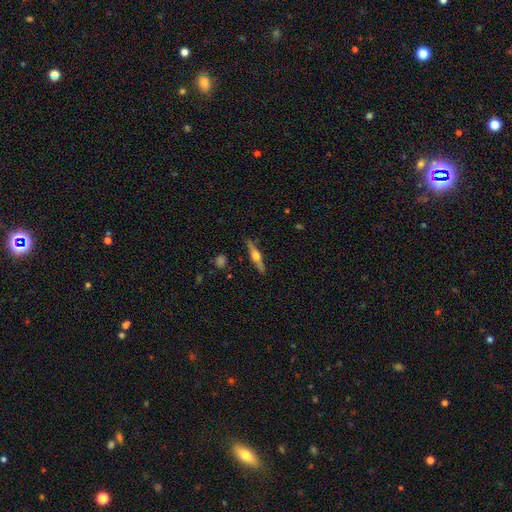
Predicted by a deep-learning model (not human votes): A featured or disk galaxy (71%) viewed edge-on (97%) with a rounded central bulge (94%). Merging: none (89%).